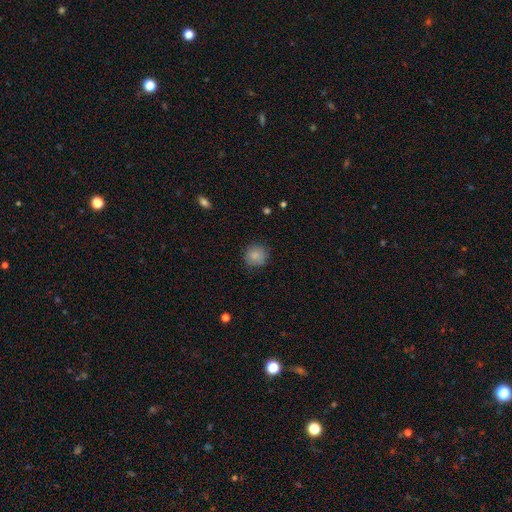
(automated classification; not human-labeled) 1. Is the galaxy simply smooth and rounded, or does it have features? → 86% smooth, 9% star or artifact, 5% featured or disk.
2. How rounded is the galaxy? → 91% round, 8% in between, 1% cigar-shaped.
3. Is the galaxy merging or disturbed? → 86% none, 11% minor disturbance, 3% major disturbance, 1% merger.